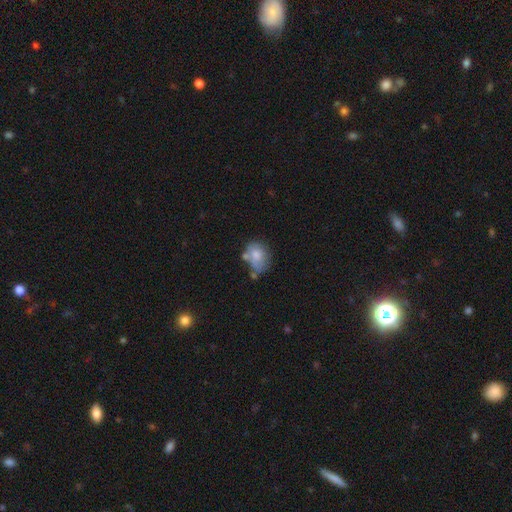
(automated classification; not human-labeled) Smooth or featured: smooth — 70% (featured or disk — 21%)
How rounded: in between — 57% (round — 42%)
Merging: none — 40% (minor disturbance — 28%)